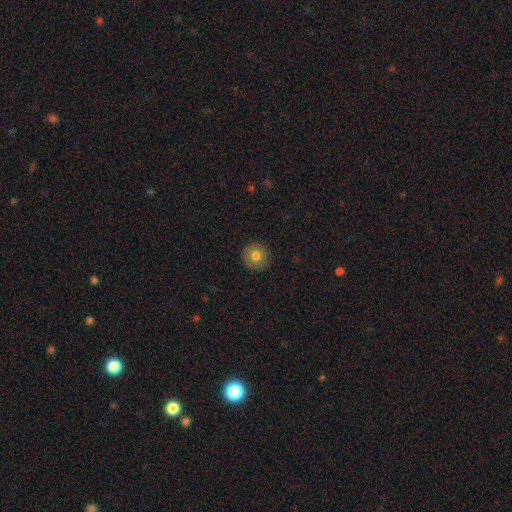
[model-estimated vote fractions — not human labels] A smooth galaxy with no disk features (79%) that is round (95%). Merging: none (91%).